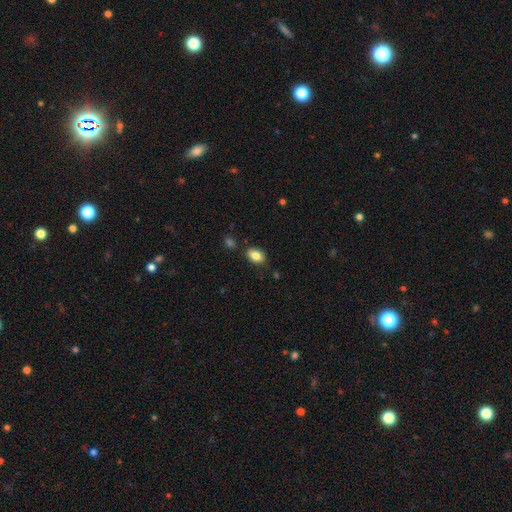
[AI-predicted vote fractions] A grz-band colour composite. It shows a smooth galaxy with no disk features (84%) that is in between round and cigar-shaped (87%). Merging: none (82%).